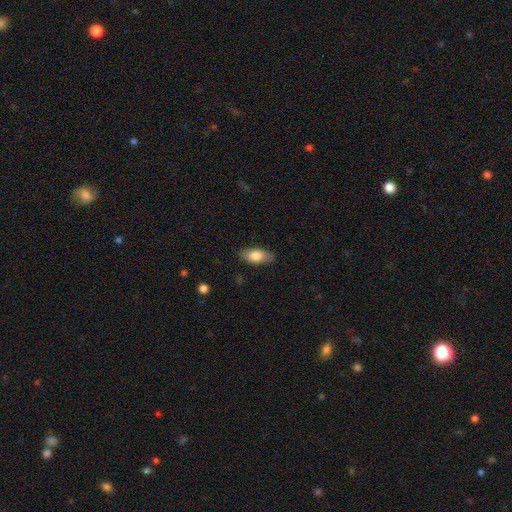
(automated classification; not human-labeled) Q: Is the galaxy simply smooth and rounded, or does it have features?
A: smooth — 77%.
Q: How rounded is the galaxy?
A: in between — 88%.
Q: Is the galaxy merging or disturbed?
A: none — 84%.